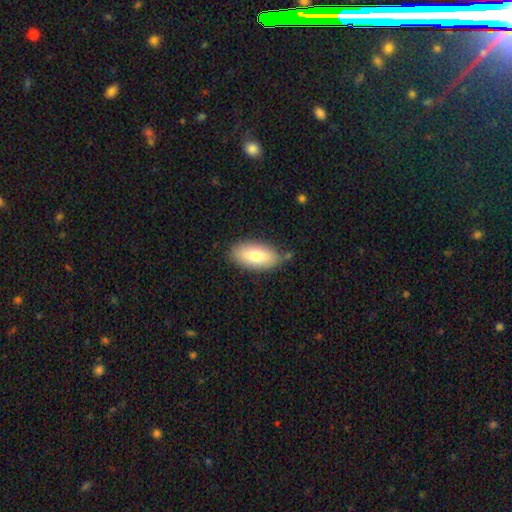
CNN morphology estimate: The model was most divided on "smooth or featured": smooth: 74%, featured or disk: 19%, star or artifact: 7%. More confident: how rounded — in between (91%); merging — none (77%).